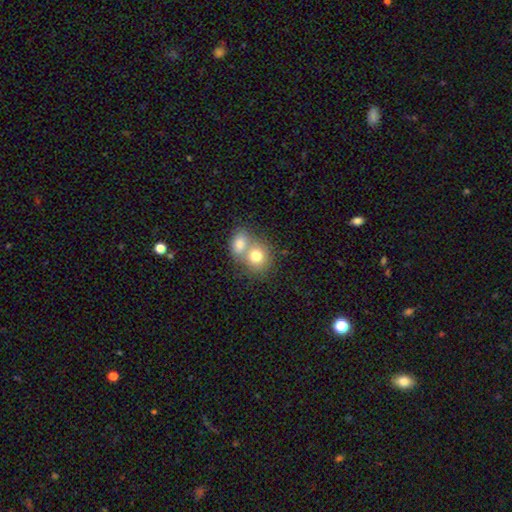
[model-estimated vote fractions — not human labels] Morphology: type=smooth (75%); roundness=round (67%); merging=merger (64%).